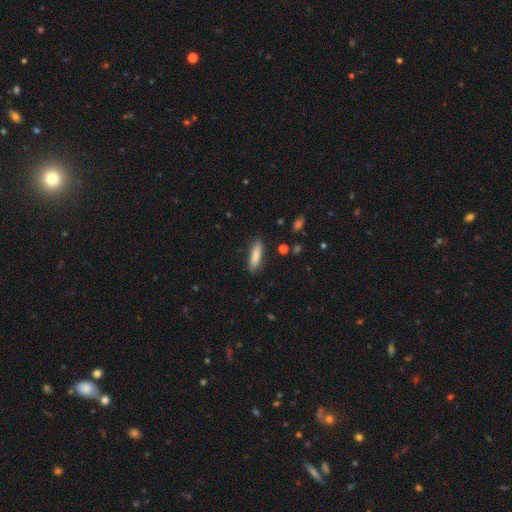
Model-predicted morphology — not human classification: This is clearly a smooth galaxy (82%). How rounded: likely cigar-shaped (70%). Merging: clearly none (86%).